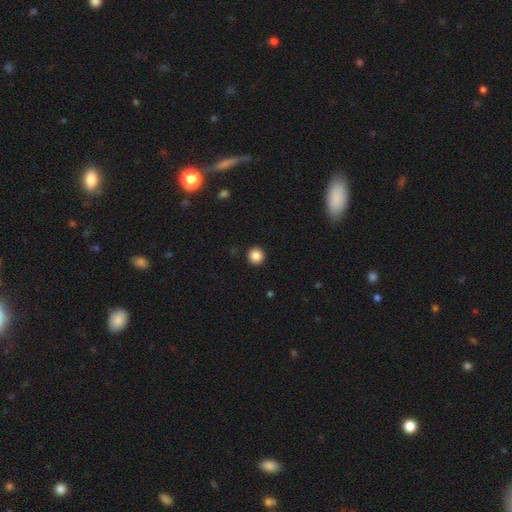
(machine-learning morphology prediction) Smooth or featured: smooth — 87% (star or artifact — 10%)
How rounded: round — 95% (in between — 4%)
Merging: none — 93% (minor disturbance — 4%)